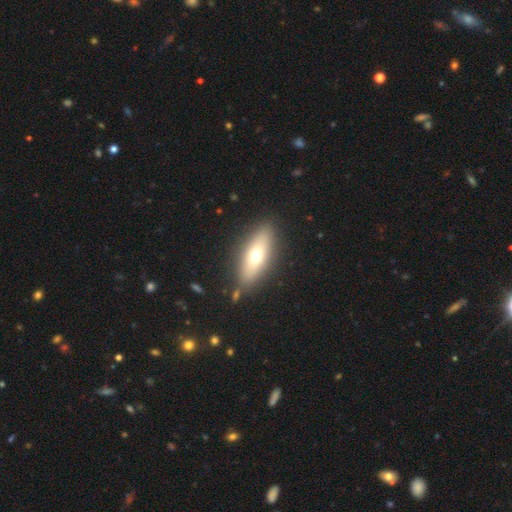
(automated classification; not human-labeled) smooth_or_featured: smooth (p=0.60) [alt: featured or disk p=0.32]
how_rounded: in between (p=0.64) [alt: cigar-shaped p=0.32]
merging: none (p=0.83) [alt: minor disturbance p=0.10]